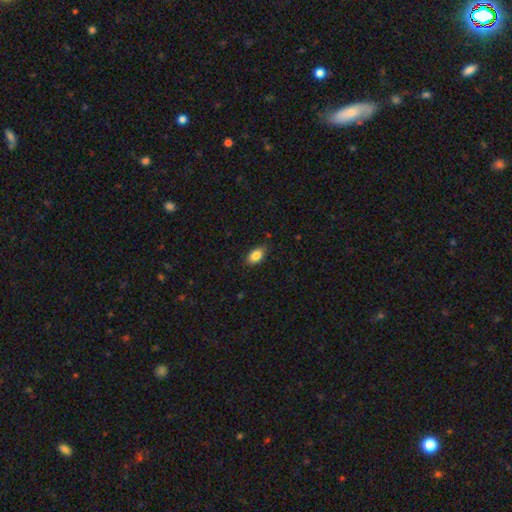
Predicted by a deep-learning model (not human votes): smooth_or_featured: smooth (p=0.85) [alt: star or artifact p=0.08]
how_rounded: in between (p=0.91) [alt: round p=0.06]
merging: none (p=0.83) [alt: minor disturbance p=0.14]